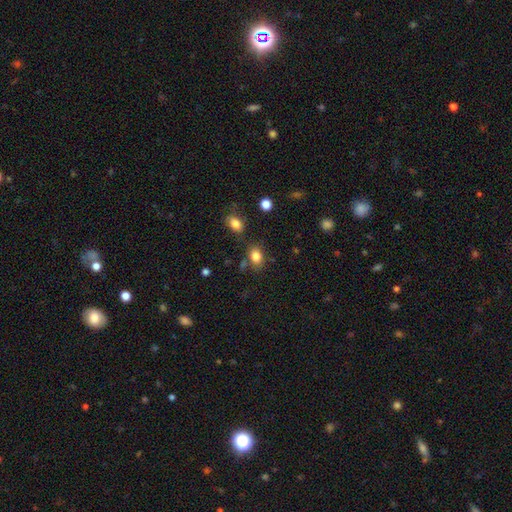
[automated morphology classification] type=smooth (83%); roundness=in between (71%); merging=none (74%).